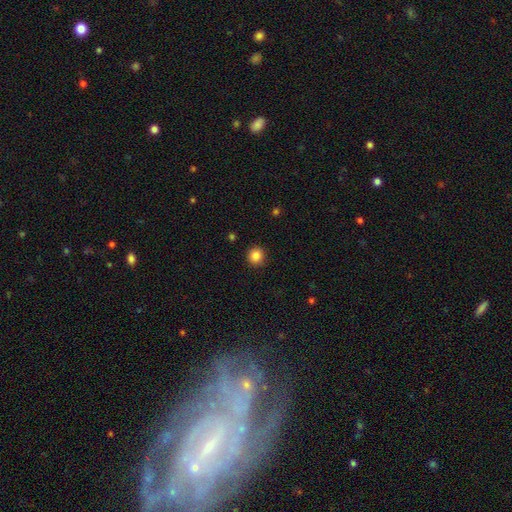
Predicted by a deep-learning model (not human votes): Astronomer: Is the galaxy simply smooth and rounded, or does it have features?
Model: smooth — 85%.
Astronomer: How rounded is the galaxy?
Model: round — 93%.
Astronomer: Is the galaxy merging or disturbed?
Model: none — 92%.